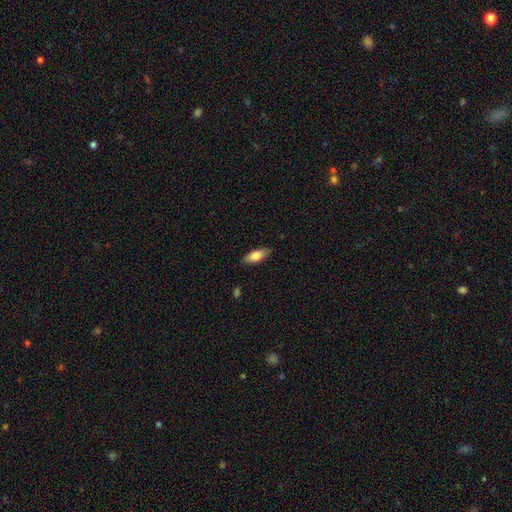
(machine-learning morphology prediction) smooth_or_featured: smooth (p=0.72) [alt: featured or disk p=0.22]
how_rounded: in between (p=0.69) [alt: cigar-shaped p=0.28]
merging: none (p=0.85) [alt: minor disturbance p=0.12]